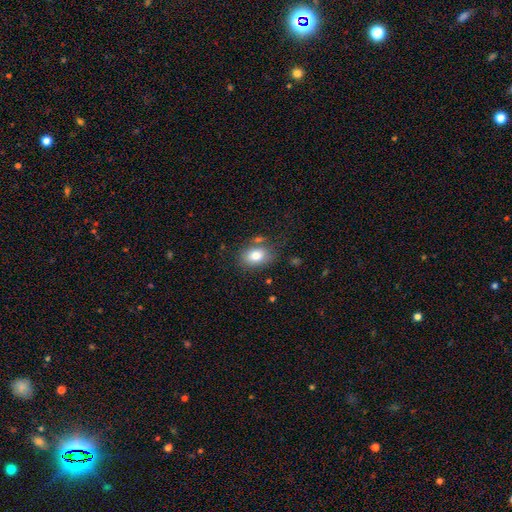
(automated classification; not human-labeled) A smooth galaxy with no disk features (80%) that is in between round and cigar-shaped (76%).

Vote fractions:
- Smooth or featured? smooth: 80% / featured or disk: 11% / star or artifact: 8%
- How rounded? in between: 76% / round: 23% / cigar-shaped: 1%
- Merging? none: 68% / minor disturbance: 18% / merger: 8% / major disturbance: 6%